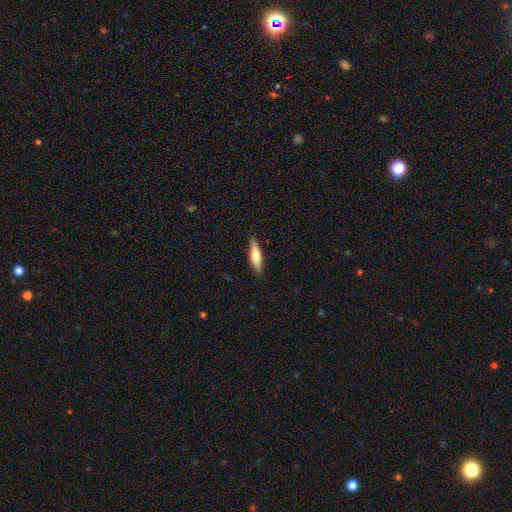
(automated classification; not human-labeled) A smooth galaxy with no disk features (57%) that is cigar-shaped (73%). Merging: none (89%).